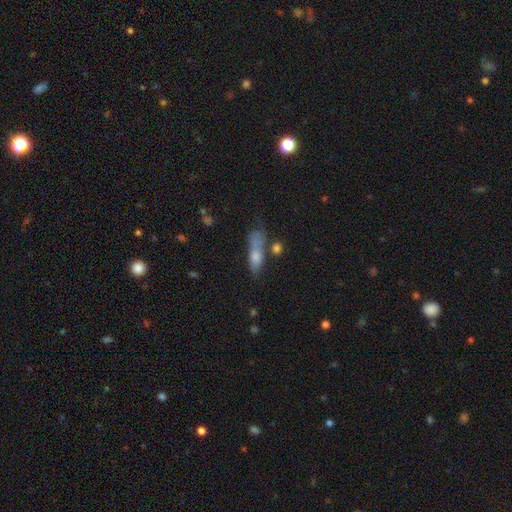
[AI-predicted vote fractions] smooth-or-featured: smooth: 63% | featured or disk: 24% | star or artifact: 13%
  how-rounded: cigar-shaped: 49% | in between: 46% | round: 6%
  merging: none: 45% | minor disturbance: 24% | merger: 16% | major disturbance: 15%